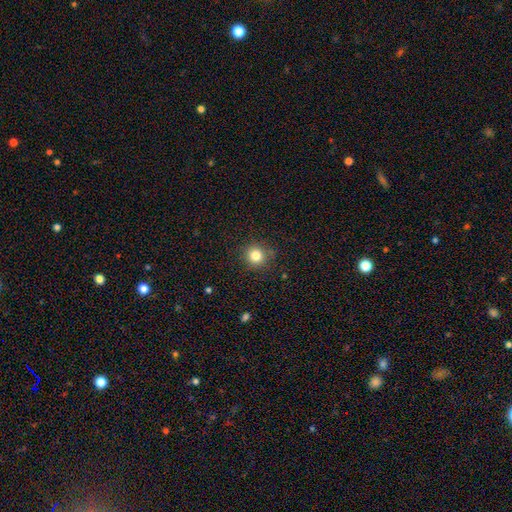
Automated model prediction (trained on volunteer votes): Smooth or featured: smooth — 83% (star or artifact — 12%)
How rounded: round — 92% (in between — 7%)
Merging: none — 88% (minor disturbance — 8%)